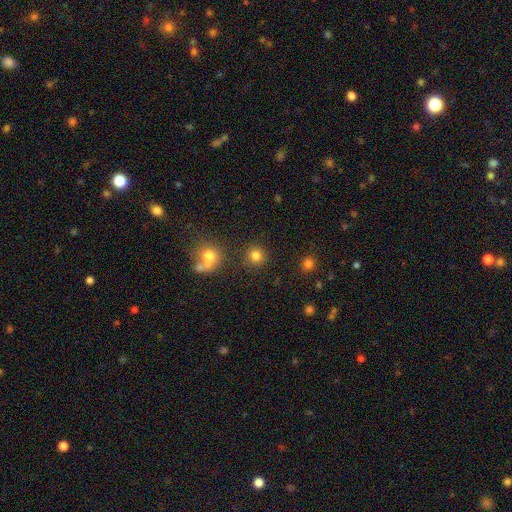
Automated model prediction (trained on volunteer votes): Smooth or featured? Predicted: smooth (p=0.81). How rounded? Predicted: round (p=0.92). Merging? Predicted: none (p=0.84).